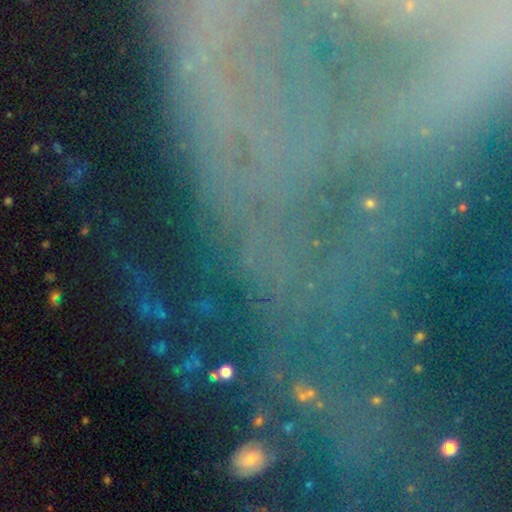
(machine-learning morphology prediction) Smooth or featured?
  - star or artifact: 52% *
  - featured or disk: 34%
  - smooth: 14%